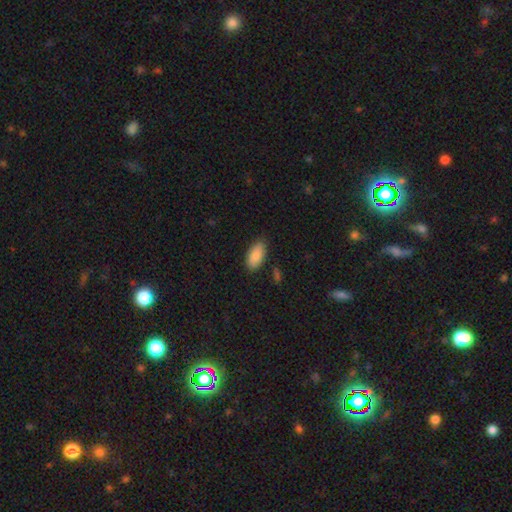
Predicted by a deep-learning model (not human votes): smooth 89%, star or artifact 6%, featured or disk 5%. Down the decision tree: how rounded — in between (92%); merging — none (84%).